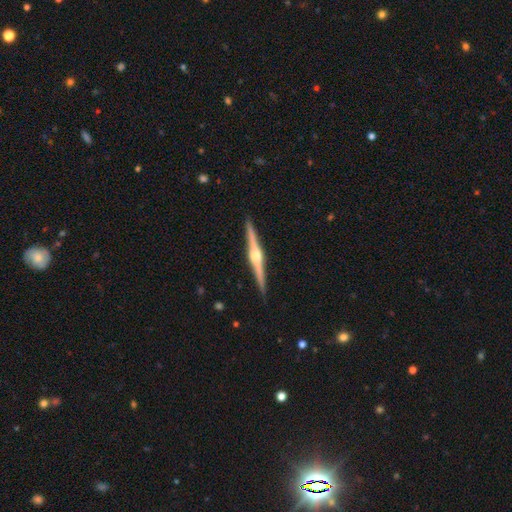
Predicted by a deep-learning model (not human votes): A featured or disk galaxy (86%) viewed edge-on (99%) with a rounded central bulge (93%). Merging: none (92%).